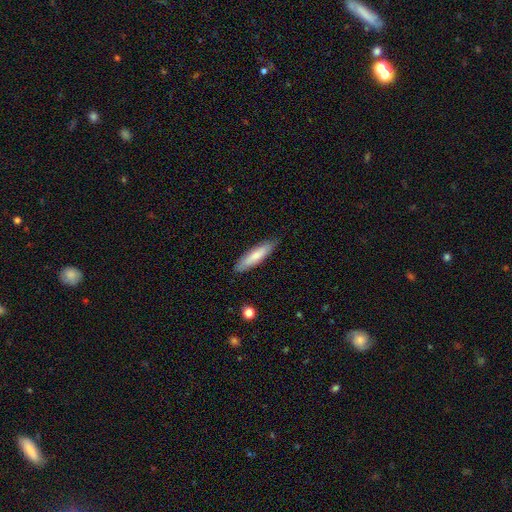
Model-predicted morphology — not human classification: smooth 74%, featured or disk 21%, star or artifact 5%. Down the decision tree: how rounded — cigar-shaped (74%); merging — none (86%).